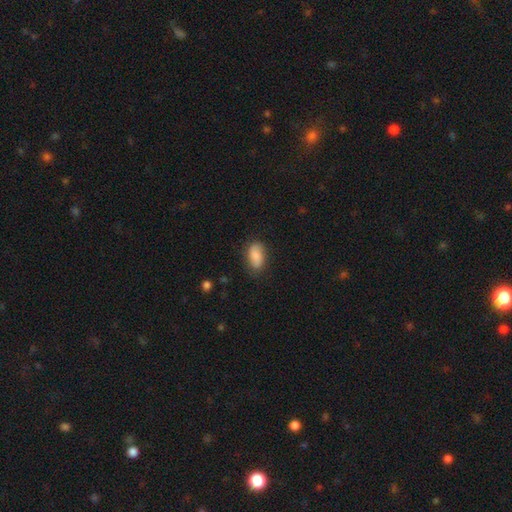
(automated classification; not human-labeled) Overall: smooth (78%). How rounded: in between (90%). Merging: none (72%).